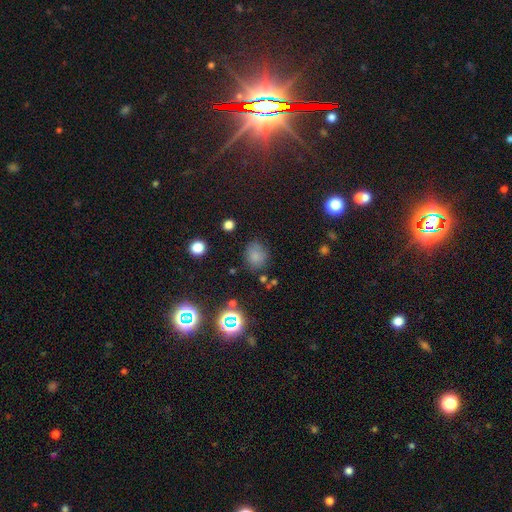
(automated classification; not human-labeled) Smooth or featured? smooth (74%)
How rounded? round (62%)
Merging? none (76%)